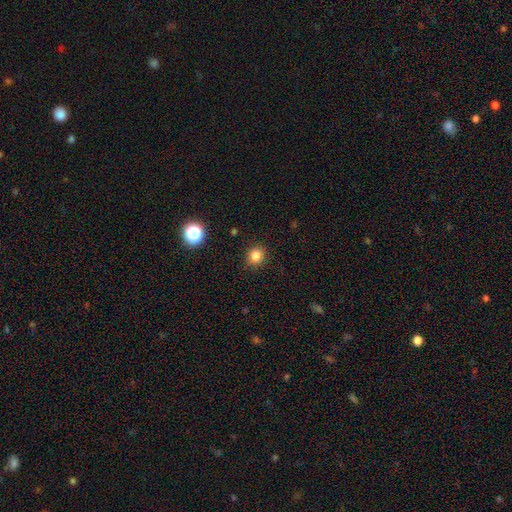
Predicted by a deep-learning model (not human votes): Morphology: type=smooth (82%); roundness=round (90%); merging=none (89%).